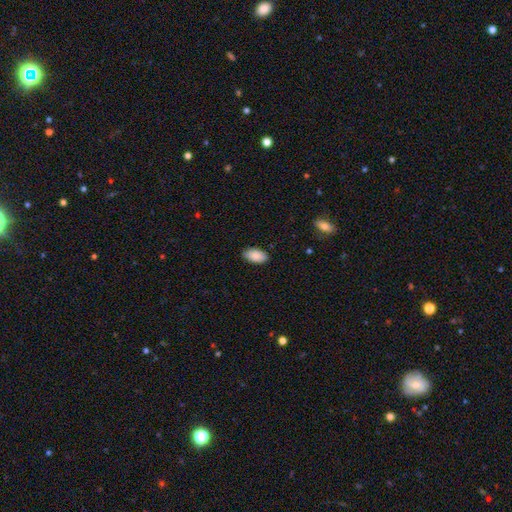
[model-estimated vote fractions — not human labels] smooth 89%, star or artifact 6%, featured or disk 5%. Down the decision tree: how rounded — in between (95%); merging — none (87%).